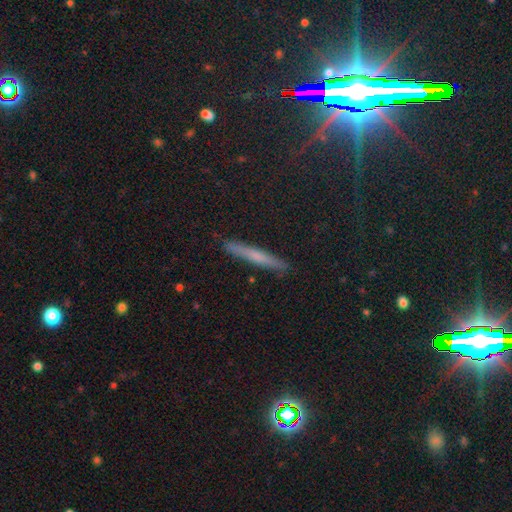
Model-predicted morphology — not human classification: smooth-or-featured: smooth: 52% | featured or disk: 36% | star or artifact: 12%
  how-rounded: cigar-shaped: 95% | in between: 3% | round: 2%
  merging: none: 90% | minor disturbance: 7% | major disturbance: 1% | merger: 1%